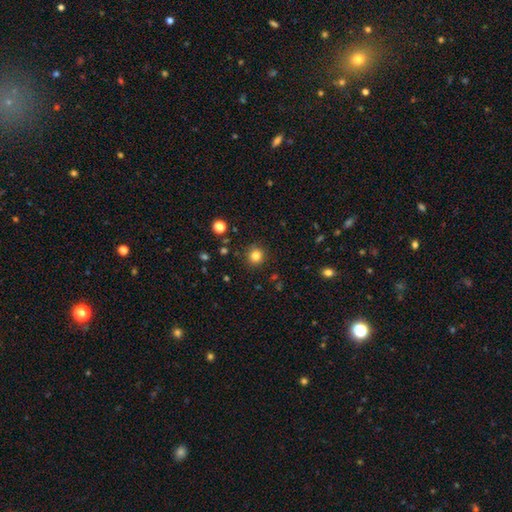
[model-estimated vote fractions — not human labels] smooth-or-featured: smooth: 82% | star or artifact: 13% | featured or disk: 5%
  how-rounded: round: 90% | in between: 9% | cigar-shaped: 1%
  merging: none: 89% | minor disturbance: 7% | major disturbance: 2% | merger: 2%